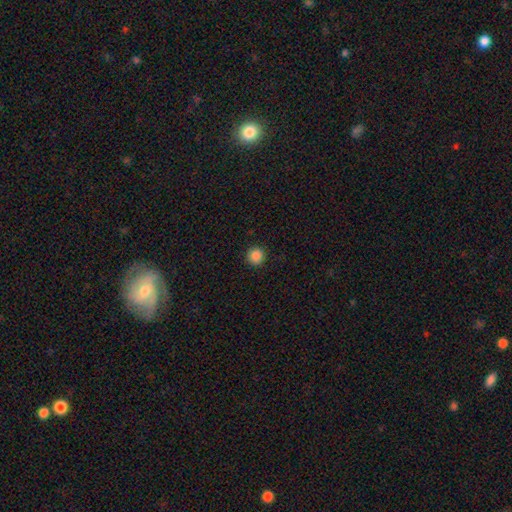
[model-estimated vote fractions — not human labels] Overall: smooth (87%). How rounded: round (95%). Merging: none (92%).